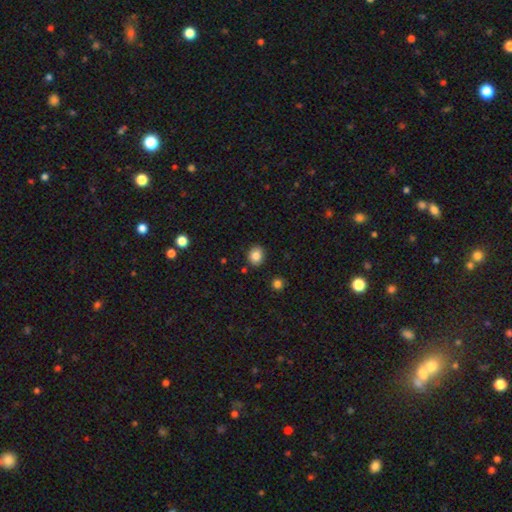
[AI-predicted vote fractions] smooth 84%, star or artifact 10%, featured or disk 6%. Down the decision tree: how rounded — round (67%); merging — none (88%).